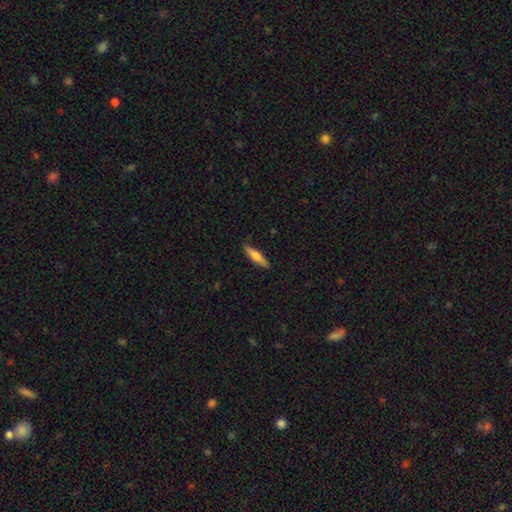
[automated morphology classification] A smooth galaxy with no disk features (58%) that is cigar-shaped (79%).

Vote fractions:
- Smooth or featured? smooth: 58% / featured or disk: 36% / star or artifact: 6%
- How rounded? cigar-shaped: 79% / in between: 20% / round: 2%
- Merging? none: 85% / minor disturbance: 12% / major disturbance: 2% / merger: 1%